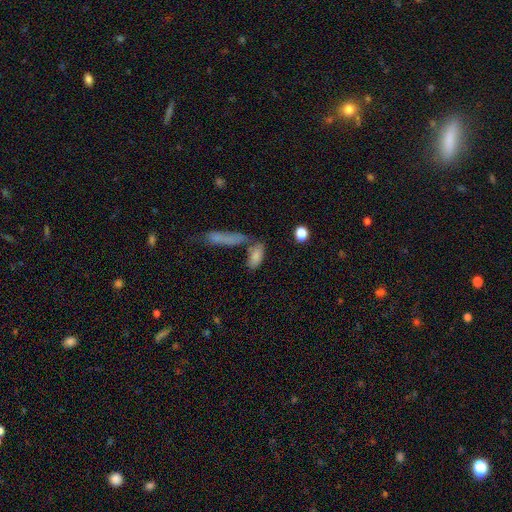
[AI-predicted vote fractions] smooth 79%, featured or disk 13%, star or artifact 9%. Down the decision tree: how rounded — in between (75%); merging — none (52%).